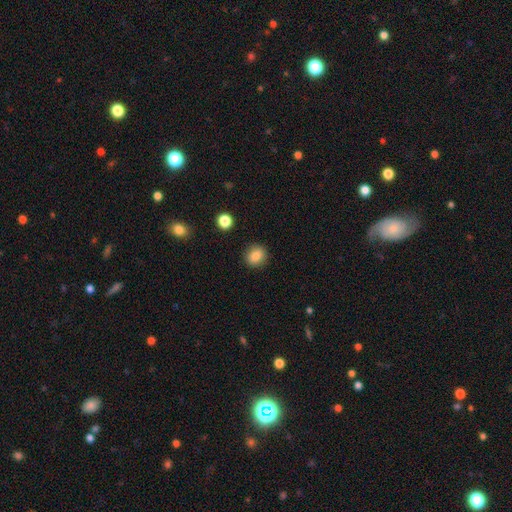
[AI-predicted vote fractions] This appears to be a smooth galaxy with no disk features (86%) that is round (79%). Merging: none (90%).